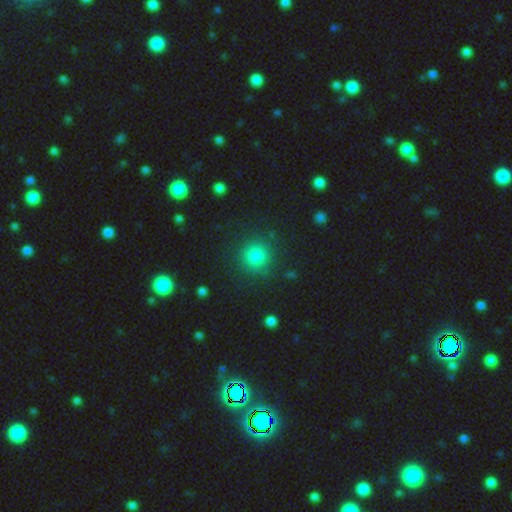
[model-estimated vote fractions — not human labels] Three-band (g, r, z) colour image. It shows a smooth galaxy with no disk features (80%) that is round (93%). Merging: none (87%).